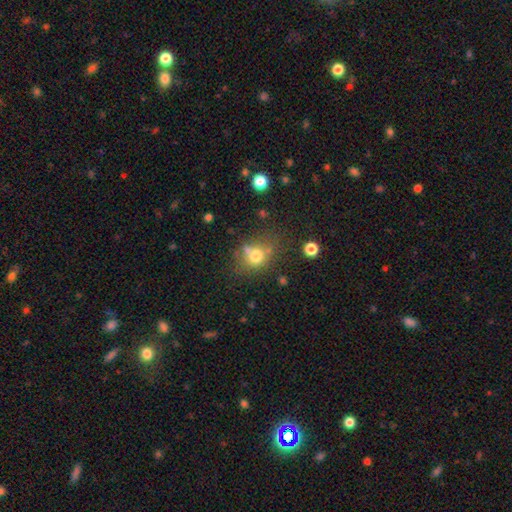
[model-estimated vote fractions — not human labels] A smooth galaxy with no disk features (72%) that is round (65%). Merging: none (57%).